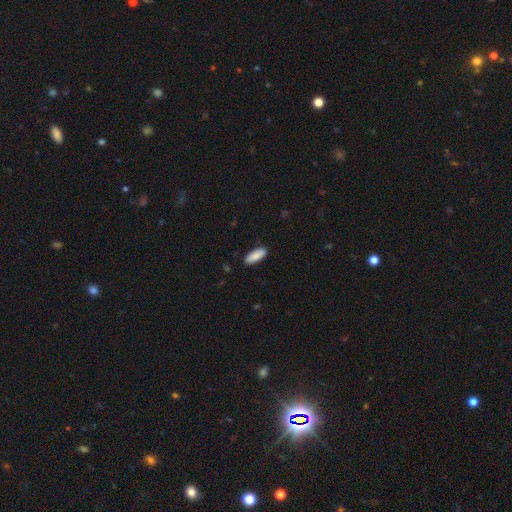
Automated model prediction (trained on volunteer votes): Smooth or featured? Predicted: smooth (p=0.89). How rounded? Predicted: in between (p=0.72). Merging? Predicted: none (p=0.88).